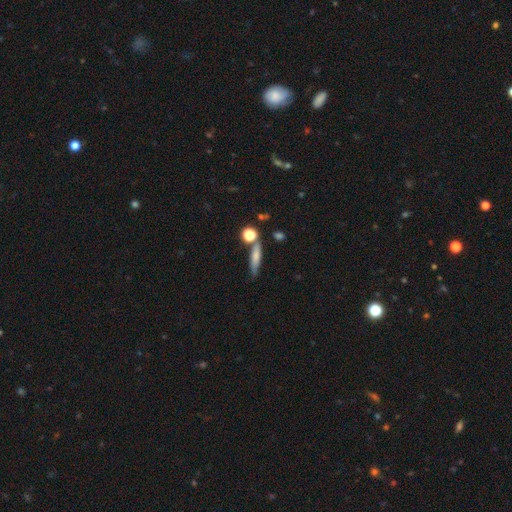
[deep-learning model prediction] Overall: smooth (69%). How rounded: cigar-shaped (71%). Merging: none (66%).